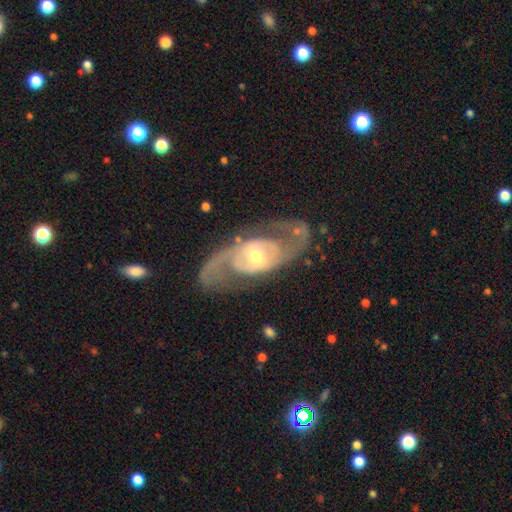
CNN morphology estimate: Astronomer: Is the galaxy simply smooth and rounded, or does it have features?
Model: featured or disk — 87%.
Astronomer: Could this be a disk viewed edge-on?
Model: no — 94%.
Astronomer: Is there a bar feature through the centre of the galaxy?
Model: weak — 41% (runner-up: no, 34%).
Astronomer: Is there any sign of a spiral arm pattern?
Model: yes — 88%.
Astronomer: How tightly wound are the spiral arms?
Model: medium — 50% (runner-up: loose, 31%).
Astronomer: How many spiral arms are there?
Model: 2 — 89%.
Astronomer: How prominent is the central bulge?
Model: moderate — 63%.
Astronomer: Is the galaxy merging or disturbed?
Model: none — 72%.